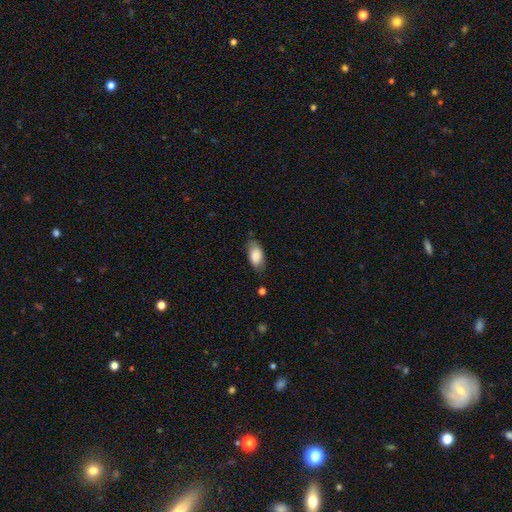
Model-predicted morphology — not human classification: This is clearly a smooth galaxy (84%). How rounded: clearly in between (90%). Merging: likely none (73%).